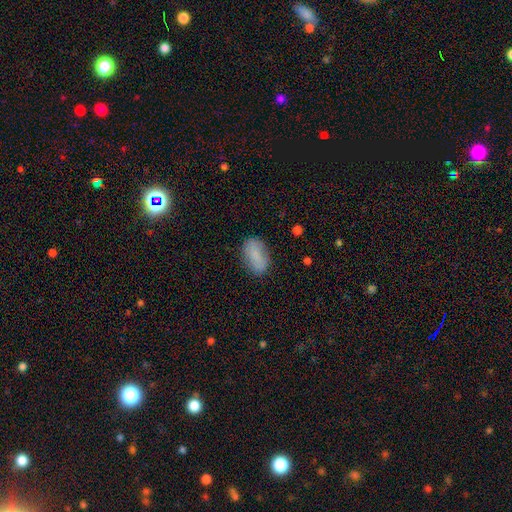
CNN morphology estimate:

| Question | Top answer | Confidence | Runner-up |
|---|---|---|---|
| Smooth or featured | smooth | 82% | featured or disk (10%) |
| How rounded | in between | 91% | round (6%) |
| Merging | none | 81% | minor disturbance (14%) |